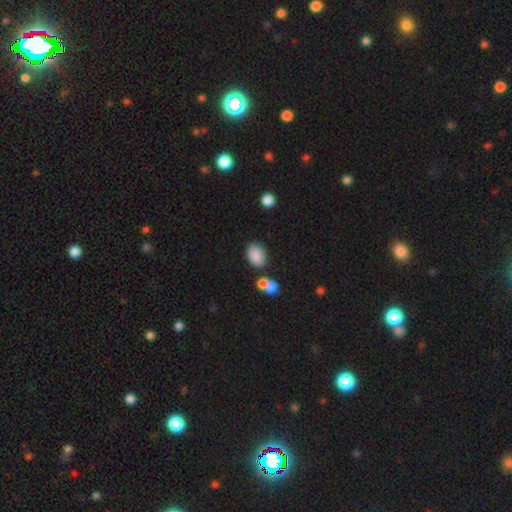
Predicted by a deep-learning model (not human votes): Smooth or featured: smooth — 85% (star or artifact — 9%)
How rounded: in between — 79% (round — 19%)
Merging: none — 70% (minor disturbance — 15%)